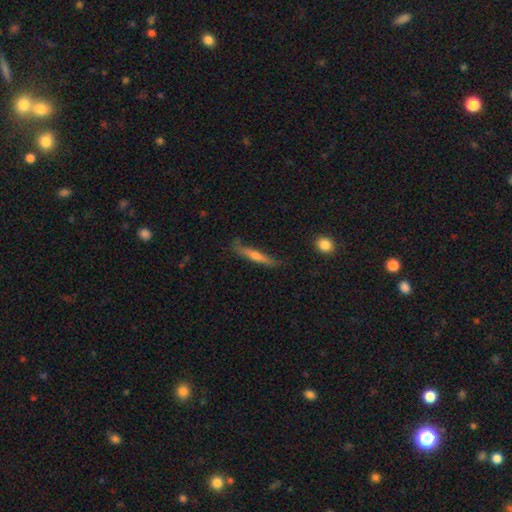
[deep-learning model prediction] Morphology: type=featured or disk (55%); edge-on=yes (93%); edge-on bulge=rounded (71%); merging=none (78%).